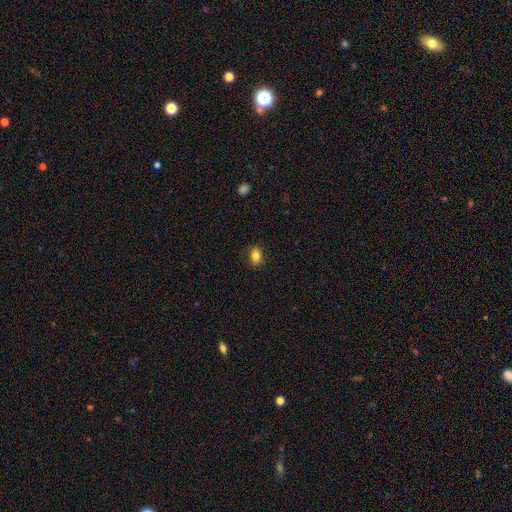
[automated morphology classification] A smooth galaxy with no disk features (85%) that is in between round and cigar-shaped (66%).

Vote fractions:
- Smooth or featured? smooth: 85% / star or artifact: 10% / featured or disk: 5%
- How rounded? in between: 66% / round: 33% / cigar-shaped: 1%
- Merging? none: 88% / minor disturbance: 9% / major disturbance: 2% / merger: 1%